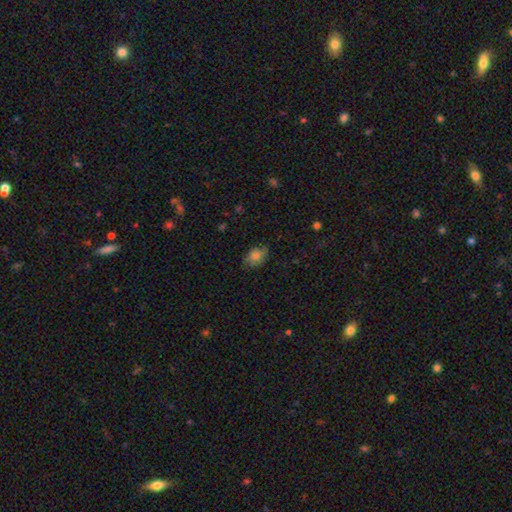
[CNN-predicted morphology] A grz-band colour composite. It shows a smooth galaxy with no disk features (74%) that is in between round and cigar-shaped (78%). Merging: none (73%).